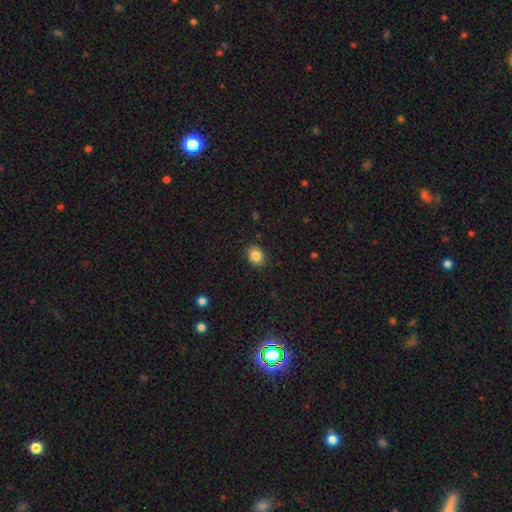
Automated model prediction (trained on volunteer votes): smooth-or-featured: smooth: 84% | star or artifact: 9% | featured or disk: 7%
  how-rounded: in between: 52% | round: 47% | cigar-shaped: 1%
  merging: none: 88% | minor disturbance: 9% | major disturbance: 2% | merger: 1%